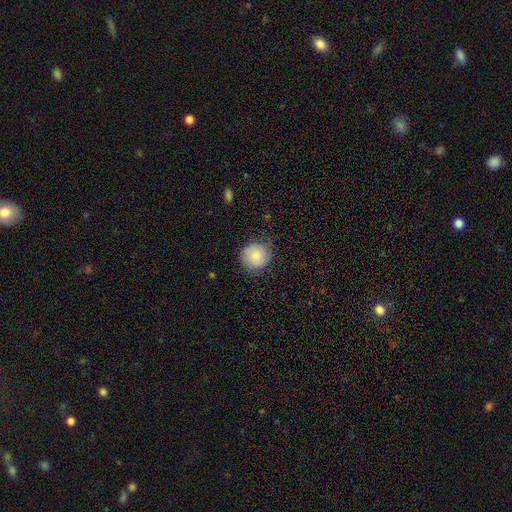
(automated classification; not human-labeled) A smooth galaxy with no disk features (79%) that is round (92%). Merging: none (77%).